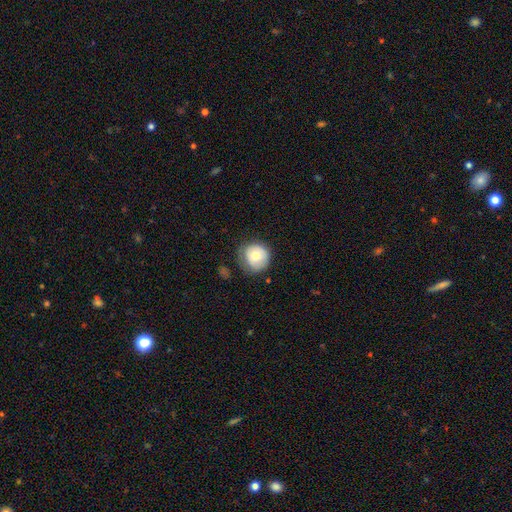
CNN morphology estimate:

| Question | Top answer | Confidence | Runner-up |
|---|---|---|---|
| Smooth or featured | smooth | 73% | featured or disk (19%) |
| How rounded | round | 89% | in between (10%) |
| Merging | none | 61% | minor disturbance (27%) |